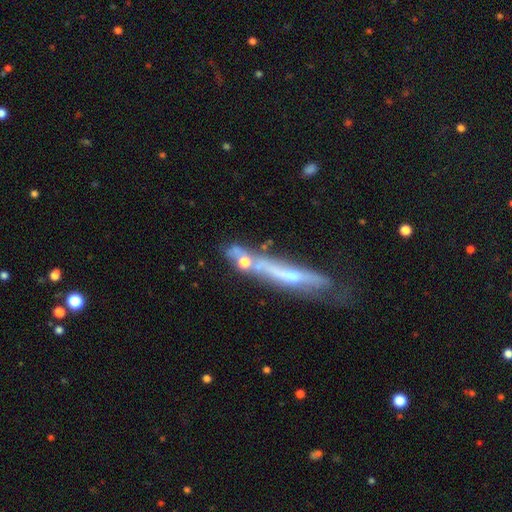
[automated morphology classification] A featured or disk galaxy (63%) viewed edge-on (79%). Merging: none (55%).